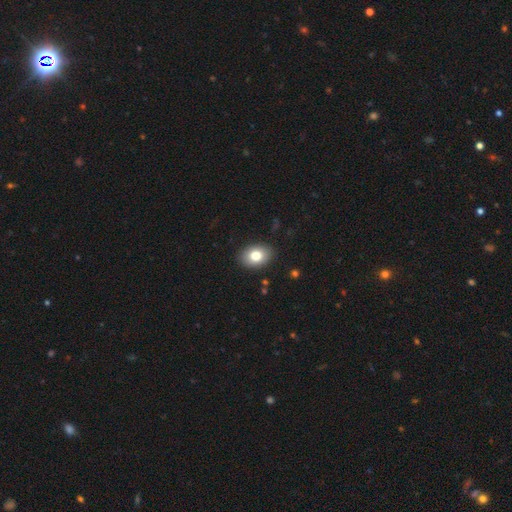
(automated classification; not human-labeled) Smooth or featured? smooth (79%)
How rounded? in between (77%)
Merging? none (89%)